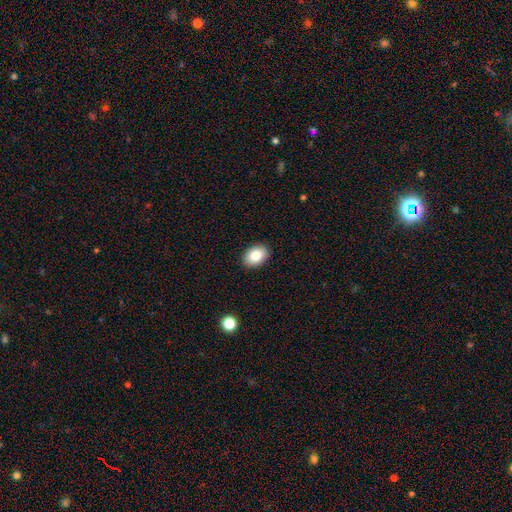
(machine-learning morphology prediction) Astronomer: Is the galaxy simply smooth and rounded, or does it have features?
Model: smooth — 84%.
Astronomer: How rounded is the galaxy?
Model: in between — 76%.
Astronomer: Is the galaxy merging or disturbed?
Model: none — 90%.